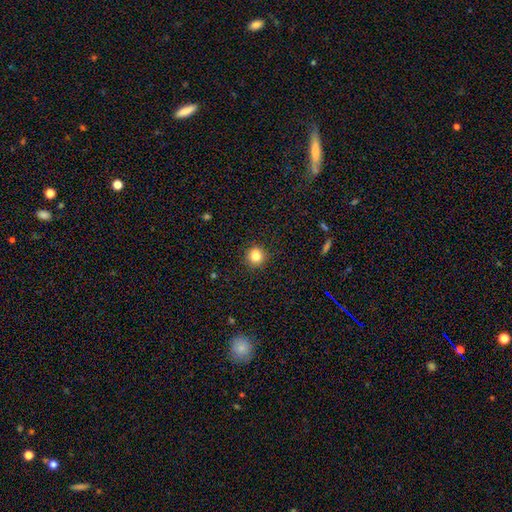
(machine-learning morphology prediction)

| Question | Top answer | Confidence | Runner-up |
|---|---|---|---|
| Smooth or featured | smooth | 81% | star or artifact (12%) |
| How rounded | round | 85% | in between (14%) |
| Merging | none | 81% | minor disturbance (11%) |